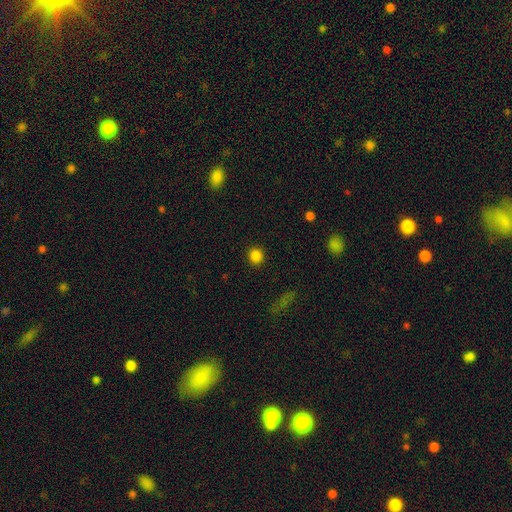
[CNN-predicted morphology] smooth-or-featured: smooth: 84% | star or artifact: 12% | featured or disk: 4%
  how-rounded: round: 92% | in between: 7% | cigar-shaped: 1%
  merging: none: 92% | minor disturbance: 5% | major disturbance: 2% | merger: 1%